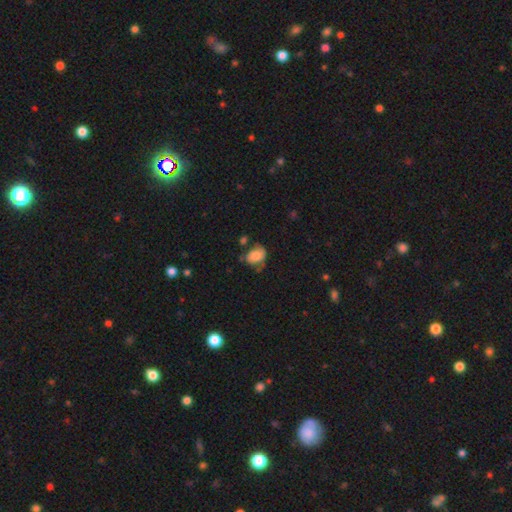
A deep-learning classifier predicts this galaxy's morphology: Smooth or featured?
  - smooth: 73% *
  - featured or disk: 18%
  - star or artifact: 9%
How rounded?
  - in between: 64% *
  - round: 35%
  - cigar-shaped: 1%
Merging?
  - none: 41% *
  - minor disturbance: 33%
  - major disturbance: 18%
  - merger: 9%